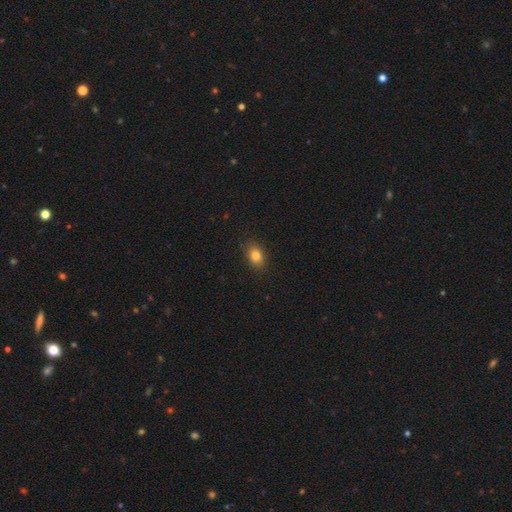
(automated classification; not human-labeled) A smooth galaxy with no disk features (83%) that is in between round and cigar-shaped (75%). Merging: none (88%).